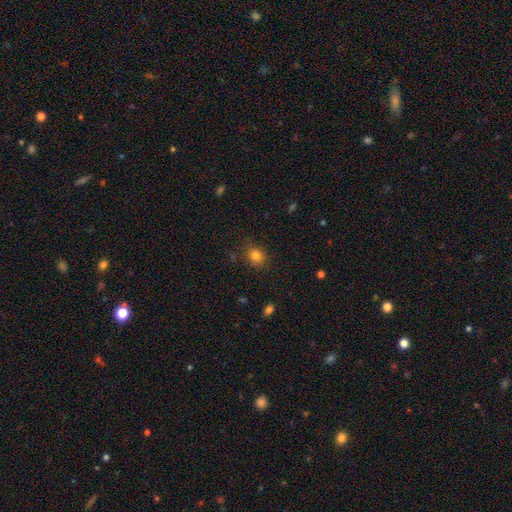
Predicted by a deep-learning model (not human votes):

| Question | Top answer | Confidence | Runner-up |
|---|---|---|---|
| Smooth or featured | smooth | 81% | star or artifact (13%) |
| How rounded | round | 67% | in between (32%) |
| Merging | none | 81% | minor disturbance (14%) |